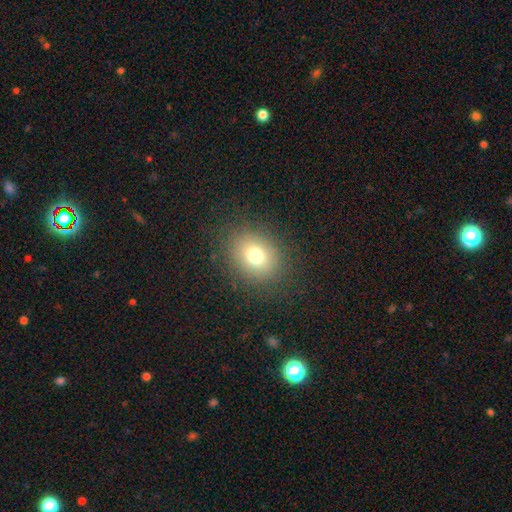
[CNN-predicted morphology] Q: Smooth or featured?
A: smooth (75%); runner-up: star or artifact (13%)
Q: How rounded?
A: round (54%); runner-up: in between (45%)
Q: Merging?
A: none (86%); runner-up: minor disturbance (9%)